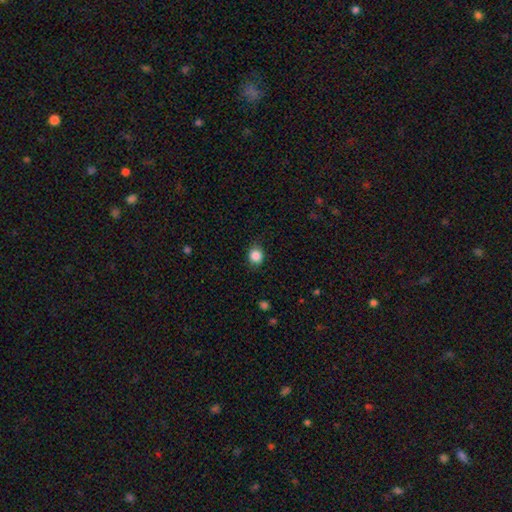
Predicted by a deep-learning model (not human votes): smooth 86%, star or artifact 10%, featured or disk 4%. Down the decision tree: how rounded — round (81%); merging — none (83%).